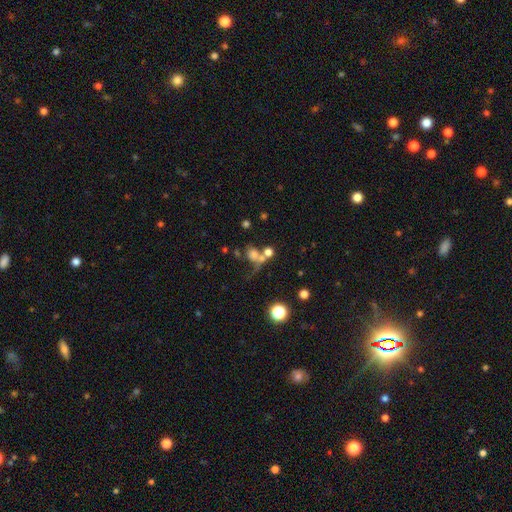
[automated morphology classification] The model was most divided on "merging": merger: 42%, none: 29%, major disturbance: 19%, minor disturbance: 11%. More confident: how rounded — round (67%); smooth or featured — smooth (59%).